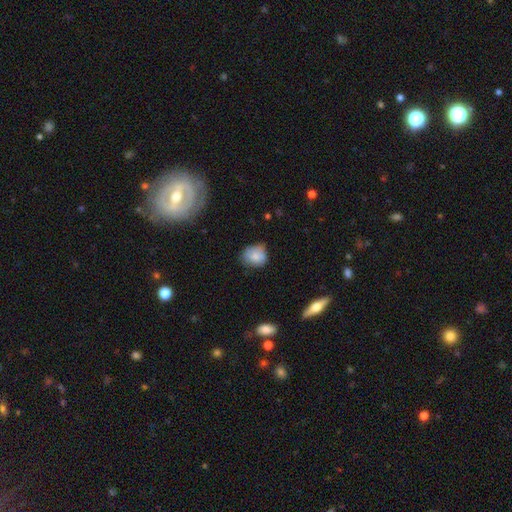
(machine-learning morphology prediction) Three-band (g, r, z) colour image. It shows a smooth galaxy with no disk features (78%) that is round (63%). Merging: none (57%).